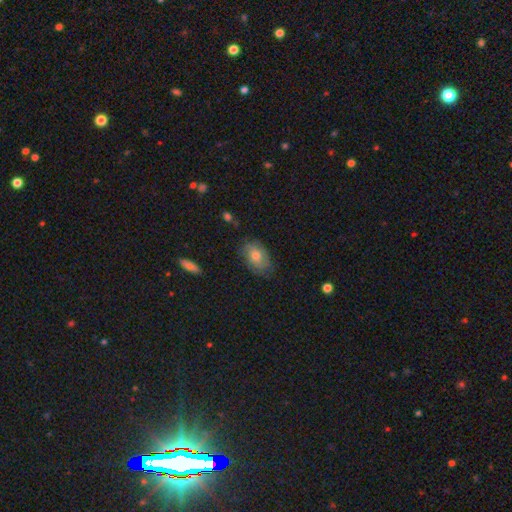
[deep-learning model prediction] Smooth or featured: smooth — 58% (featured or disk — 33%)
How rounded: in between — 86% (round — 12%)
Merging: none — 73% (minor disturbance — 20%)